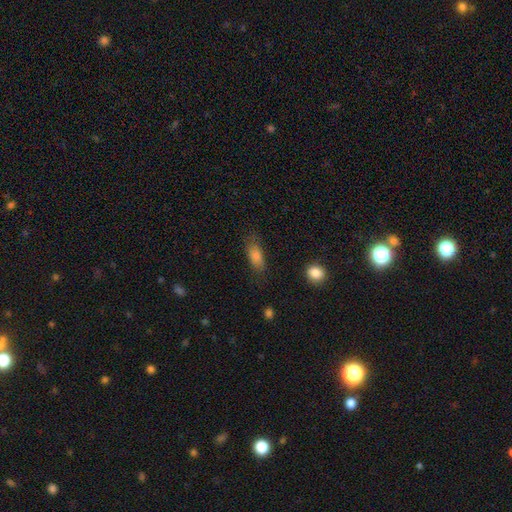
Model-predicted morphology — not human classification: This appears to be a smooth galaxy with no disk features (79%) that is in between round and cigar-shaped (73%). Merging: none (70%).